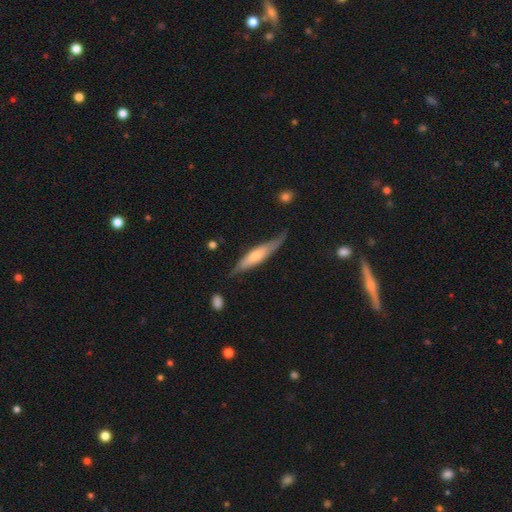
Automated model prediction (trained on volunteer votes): smooth-or-featured: smooth: 50% | featured or disk: 45% | star or artifact: 5%
  merging: none: 62% | minor disturbance: 27% | major disturbance: 8% | merger: 3%